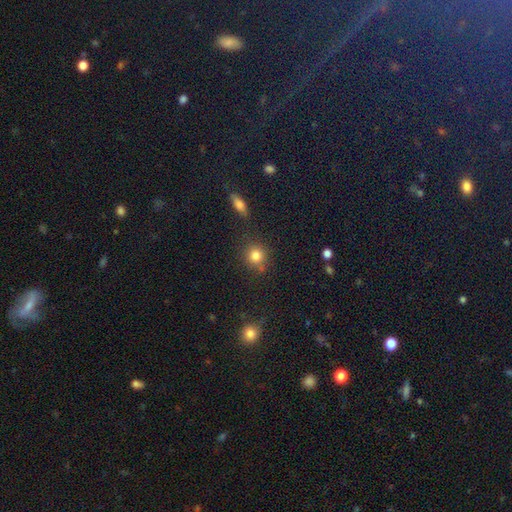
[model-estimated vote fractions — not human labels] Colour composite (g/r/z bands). It shows a smooth galaxy with no disk features (80%) that is round (88%). Merging: none (77%).